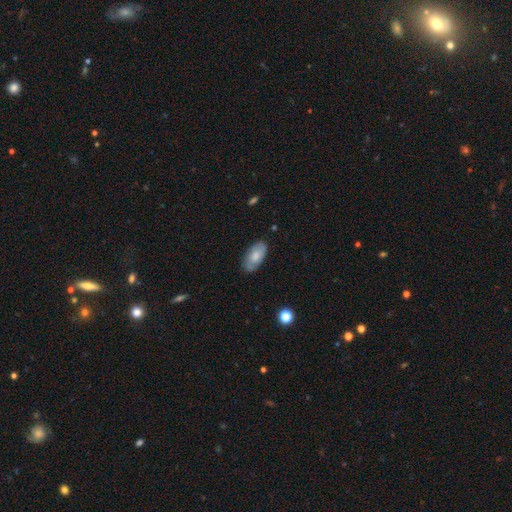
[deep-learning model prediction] A smooth galaxy with no disk features (68%) that is in between round and cigar-shaped (92%). Merging: none (79%).